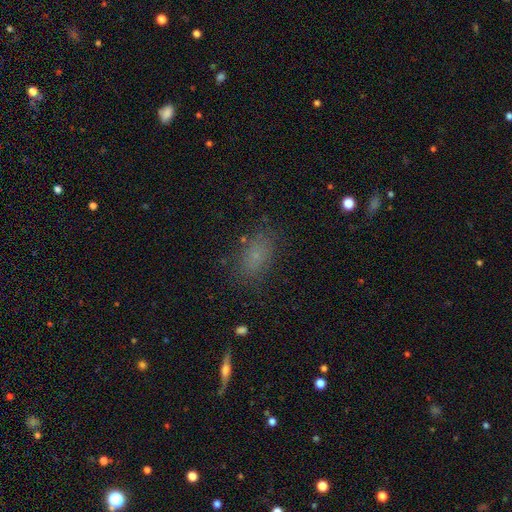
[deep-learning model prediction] smooth 69%, star or artifact 19%, featured or disk 12%. Down the decision tree: how rounded — in between (81%); merging — none (80%).